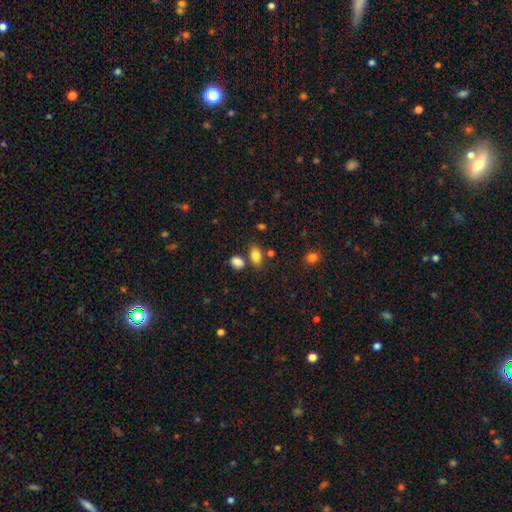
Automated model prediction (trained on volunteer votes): Smooth or featured?
  - smooth: 84% *
  - star or artifact: 10%
  - featured or disk: 7%
How rounded?
  - in between: 86% *
  - round: 12%
  - cigar-shaped: 2%
Merging?
  - none: 68% *
  - merger: 16%
  - minor disturbance: 12%
  - major disturbance: 4%